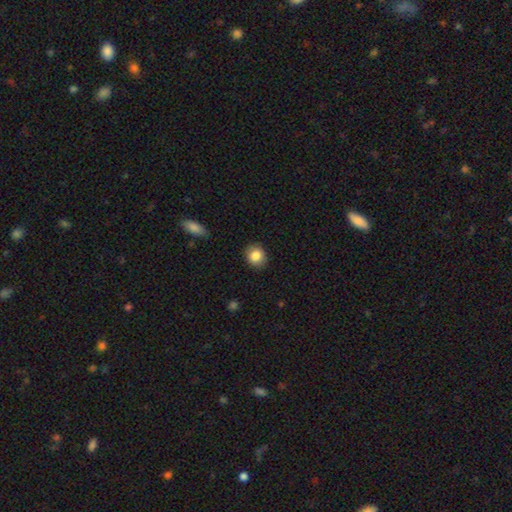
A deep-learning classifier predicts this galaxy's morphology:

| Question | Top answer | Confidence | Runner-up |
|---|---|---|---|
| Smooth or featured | smooth | 85% | star or artifact (9%) |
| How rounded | round | 77% | in between (22%) |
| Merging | none | 88% | minor disturbance (9%) |